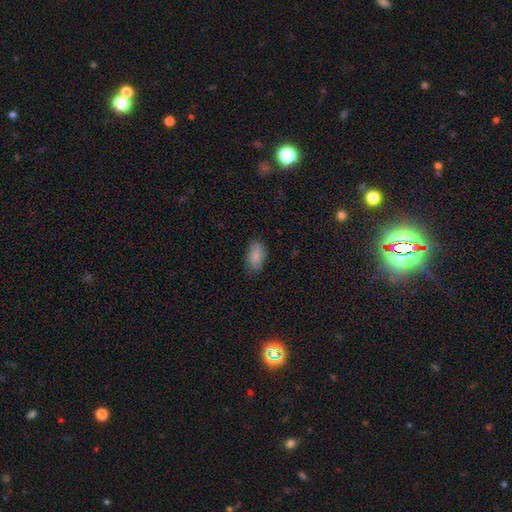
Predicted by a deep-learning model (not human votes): Morphology: type=smooth (87%); roundness=in between (93%); merging=none (80%).